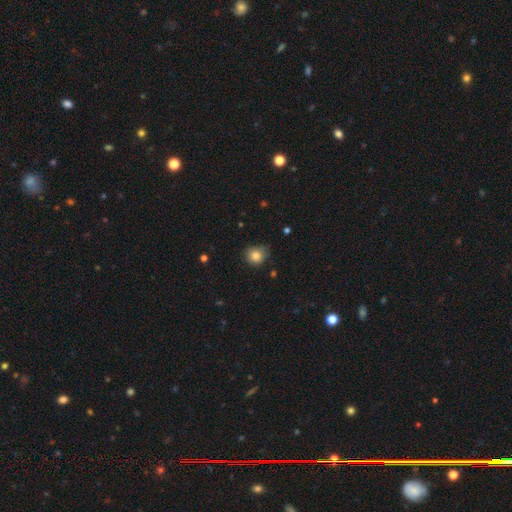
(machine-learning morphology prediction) Q: Smooth or featured?
A: smooth (84%); runner-up: star or artifact (10%)
Q: How rounded?
A: round (84%); runner-up: in between (15%)
Q: Merging?
A: none (70%); runner-up: minor disturbance (24%)